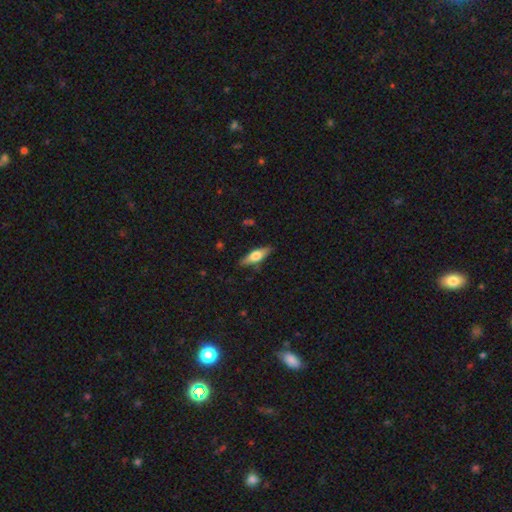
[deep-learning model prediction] smooth 48%, featured or disk 45%, star or artifact 6%. Down the decision tree: merging — none (84%).